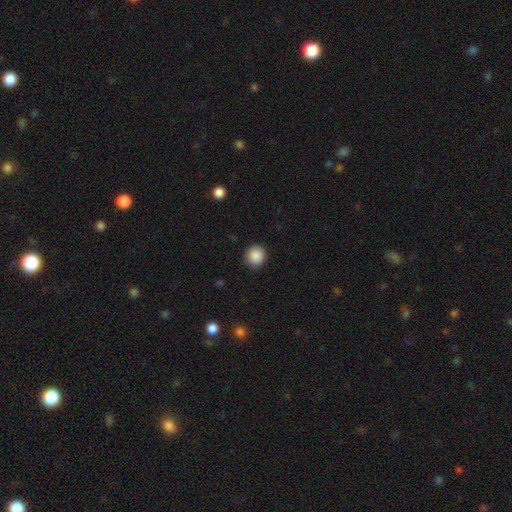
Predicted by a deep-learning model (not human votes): Smooth or featured?
  - smooth: 89% *
  - star or artifact: 9%
  - featured or disk: 3%
How rounded?
  - round: 90% *
  - in between: 10%
  - cigar-shaped: 1%
Merging?
  - none: 89% *
  - minor disturbance: 7%
  - major disturbance: 2%
  - merger: 1%